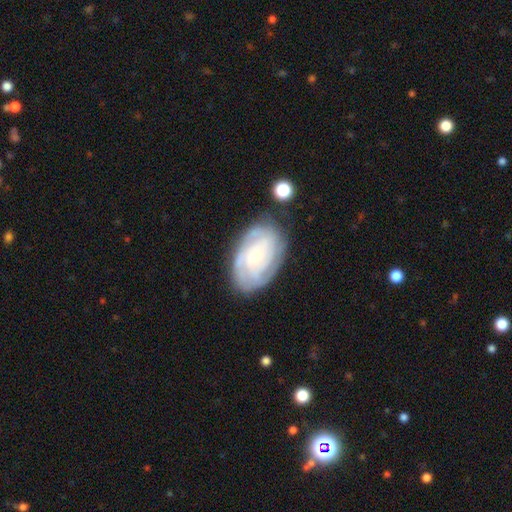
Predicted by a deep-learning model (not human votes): Smooth or featured? Predicted: featured or disk (p=0.78). Edge-on disk? Predicted: no (p=0.96). Bar? Predicted: no (p=0.74). Spiral arms? Predicted: yes (p=0.94). Spiral winding? Predicted: tight (p=0.74). Spiral arm count? Predicted: can't tell (p=0.37). Bulge size? Predicted: small (p=0.71). Merging? Predicted: none (p=0.75).